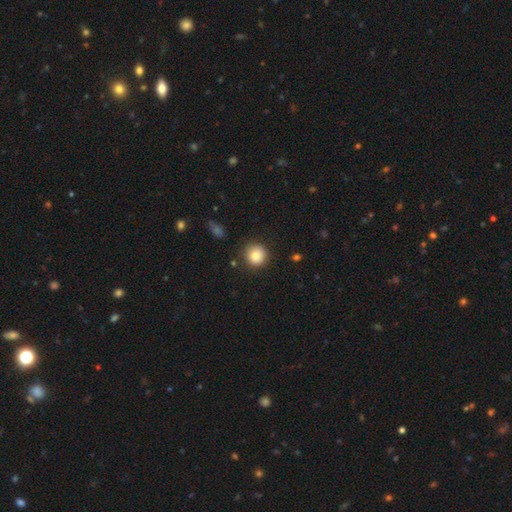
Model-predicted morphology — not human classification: The model was most divided on "smooth or featured": smooth: 83%, star or artifact: 9%, featured or disk: 7%. More confident: how rounded — round (93%); merging — none (87%).